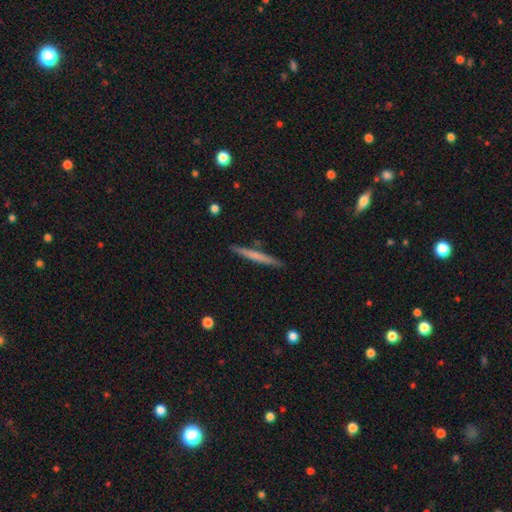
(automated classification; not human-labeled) Smooth or featured? smooth (58%)
How rounded? cigar-shaped (96%)
Merging? none (89%)